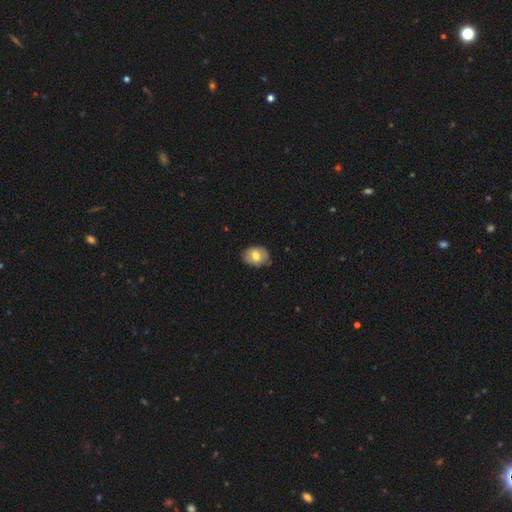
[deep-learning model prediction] smooth 73%, featured or disk 19%, star or artifact 8%. Down the decision tree: how rounded — in between (64%); merging — none (81%).